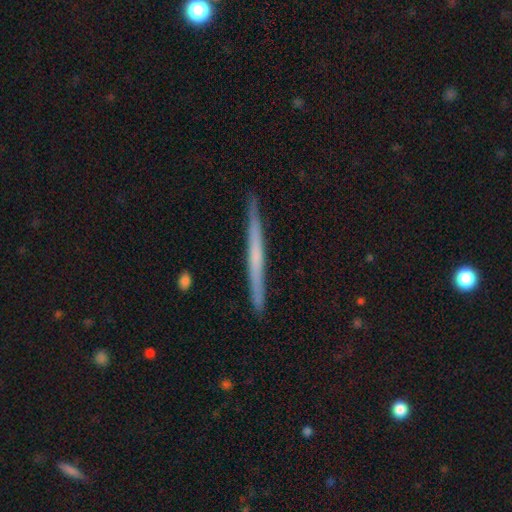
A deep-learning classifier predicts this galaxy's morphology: Smooth or featured?
  - featured or disk: 54% *
  - smooth: 40%
  - star or artifact: 6%
Edge-on disk?
  - yes: 97% *
  - no: 3%
Edge-on bulge?
  - none: 83% *
  - rounded: 11%
  - boxy: 6%
Merging?
  - none: 91% *
  - minor disturbance: 7%
  - major disturbance: 1%
  - merger: 1%